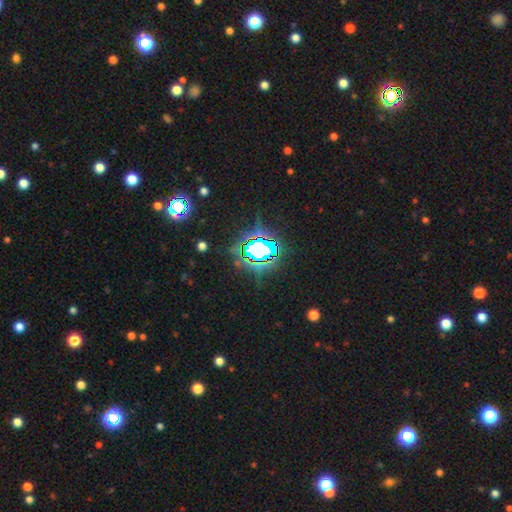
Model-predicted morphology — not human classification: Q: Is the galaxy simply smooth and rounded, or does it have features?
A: star or artifact — 73%.